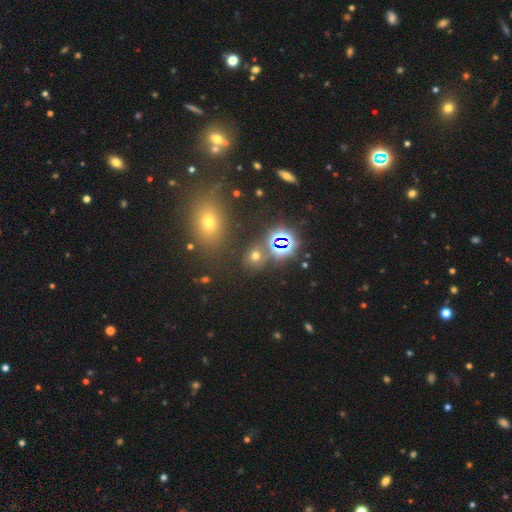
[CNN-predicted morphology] Smooth or featured?
  - smooth: 50% *
  - star or artifact: 41%
  - featured or disk: 9%
Merging?
  - none: 74% *
  - merger: 11%
  - minor disturbance: 10%
  - major disturbance: 5%